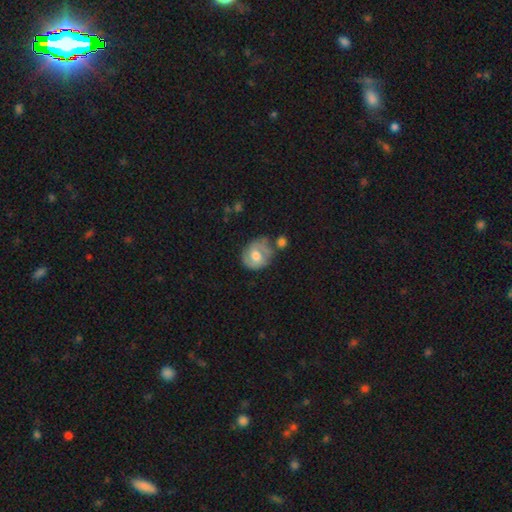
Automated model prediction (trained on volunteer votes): Q: Smooth or featured?
A: featured or disk (49%); runner-up: smooth (45%)
Q: Merging?
A: none (50%); runner-up: minor disturbance (26%)